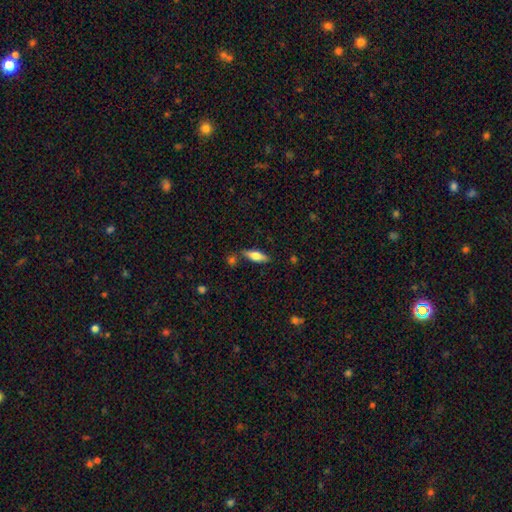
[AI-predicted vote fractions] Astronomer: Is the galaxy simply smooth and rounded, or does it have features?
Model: smooth — 63%.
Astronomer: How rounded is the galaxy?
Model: in between — 53% (runner-up: cigar-shaped, 44%).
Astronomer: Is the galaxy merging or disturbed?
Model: none — 78%.